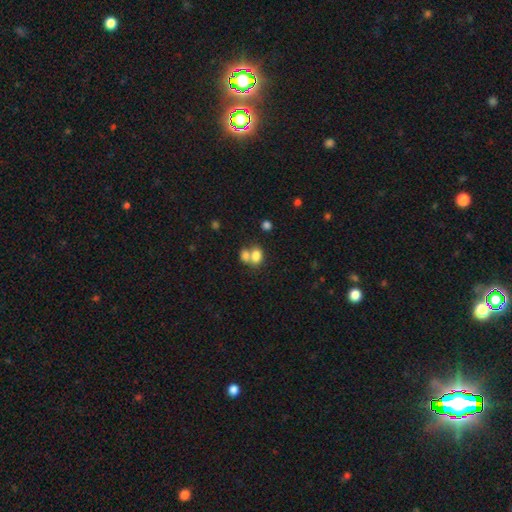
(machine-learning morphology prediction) Q: Smooth or featured?
A: smooth (79%); runner-up: featured or disk (11%)
Q: How rounded?
A: in between (73%); runner-up: round (25%)
Q: Merging?
A: merger (56%); runner-up: none (32%)